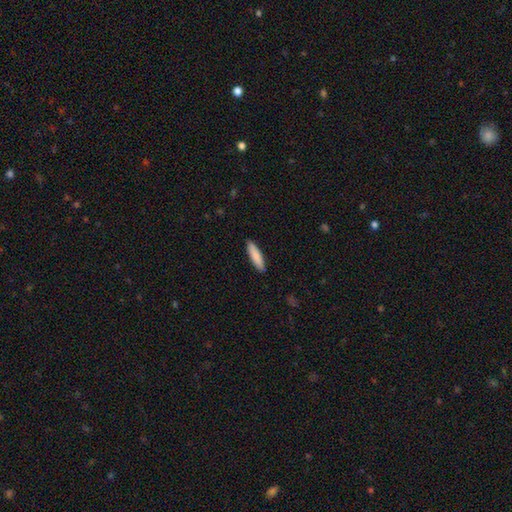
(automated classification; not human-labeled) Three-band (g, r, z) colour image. It shows a smooth galaxy with no disk features (87%) that is cigar-shaped (75%). Merging: none (90%).